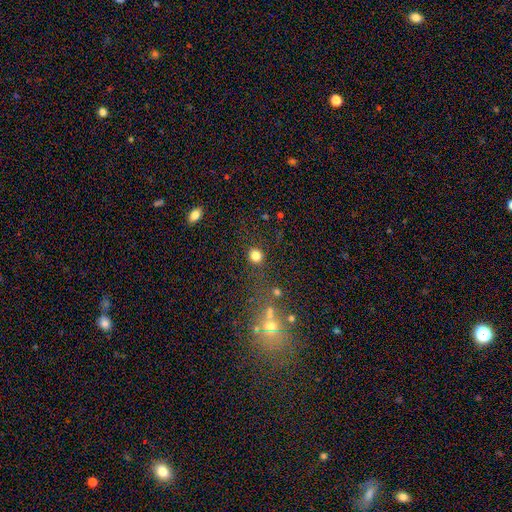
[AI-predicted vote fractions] Smooth or featured? smooth (80%)
How rounded? round (85%)
Merging? none (83%)